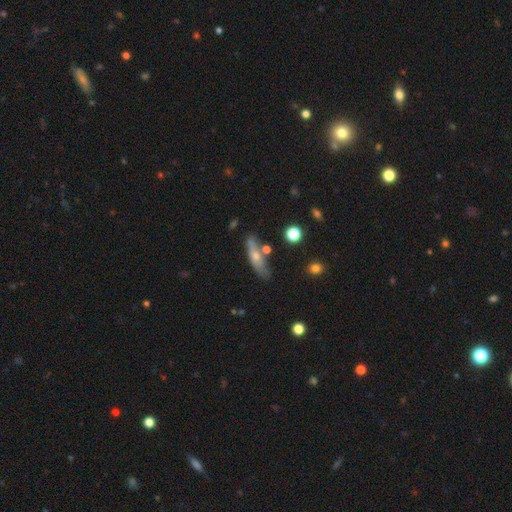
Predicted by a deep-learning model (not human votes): Smooth or featured: smooth — 48% (featured or disk — 43%)
Merging: none — 67% (minor disturbance — 19%)